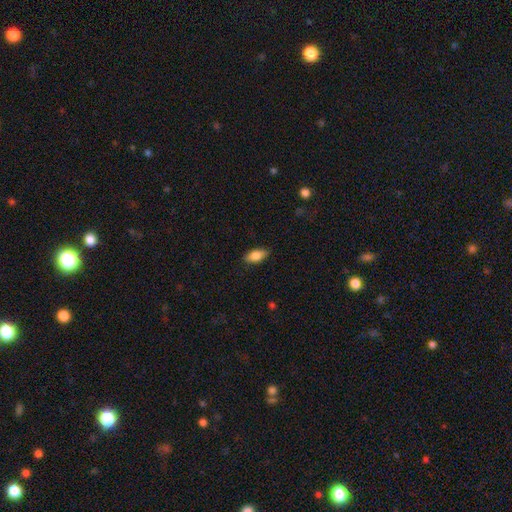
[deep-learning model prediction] A smooth galaxy with no disk features (81%) that is in between round and cigar-shaped (88%). Merging: none (85%).